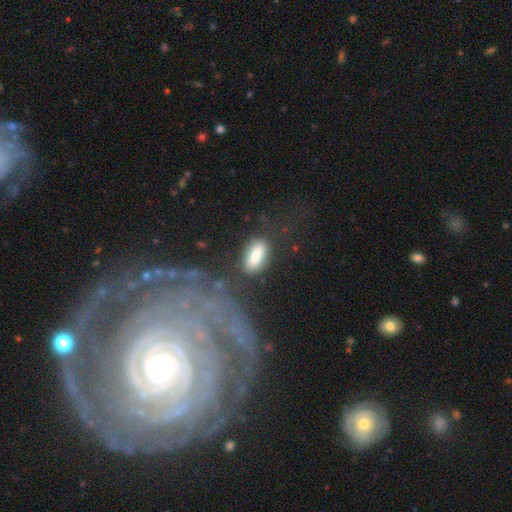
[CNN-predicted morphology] Smooth or featured? smooth (83%)
How rounded? in between (82%)
Merging? none (78%)